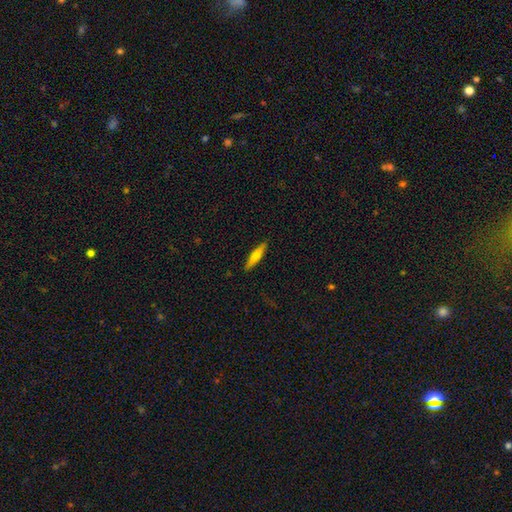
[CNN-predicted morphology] The model was most divided on "smooth or featured": smooth: 67%, featured or disk: 27%, star or artifact: 6%. More confident: merging — none (90%); how rounded — cigar-shaped (85%).